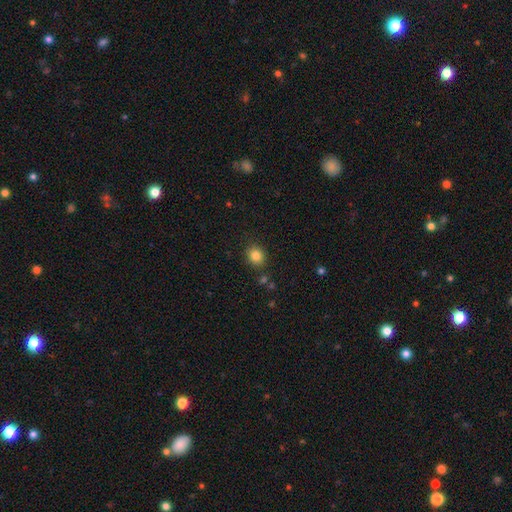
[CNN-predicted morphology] This appears to be a smooth galaxy with no disk features (84%) that is round (73%). Merging: none (86%).